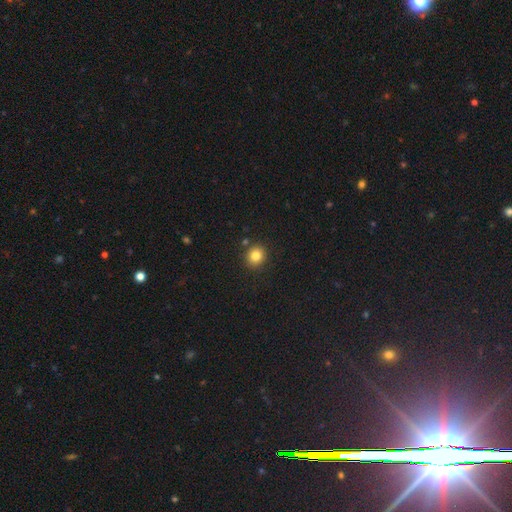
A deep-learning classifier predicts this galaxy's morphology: Q: Smooth or featured?
A: smooth (83%); runner-up: star or artifact (11%)
Q: How rounded?
A: round (85%); runner-up: in between (14%)
Q: Merging?
A: none (88%); runner-up: minor disturbance (7%)